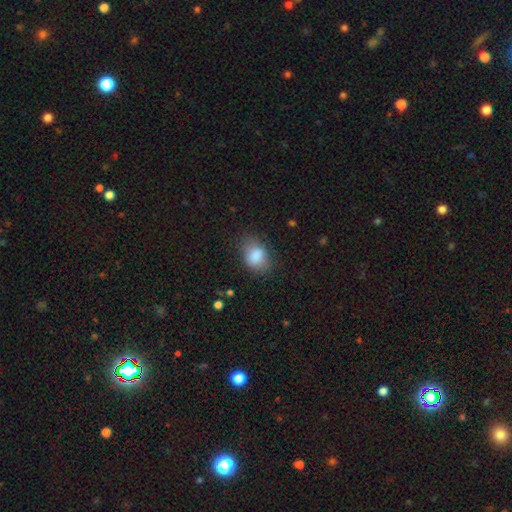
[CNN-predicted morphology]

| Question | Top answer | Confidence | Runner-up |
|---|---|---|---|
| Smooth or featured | smooth | 84% | star or artifact (8%) |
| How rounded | in between | 73% | round (26%) |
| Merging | none | 63% | minor disturbance (25%) |